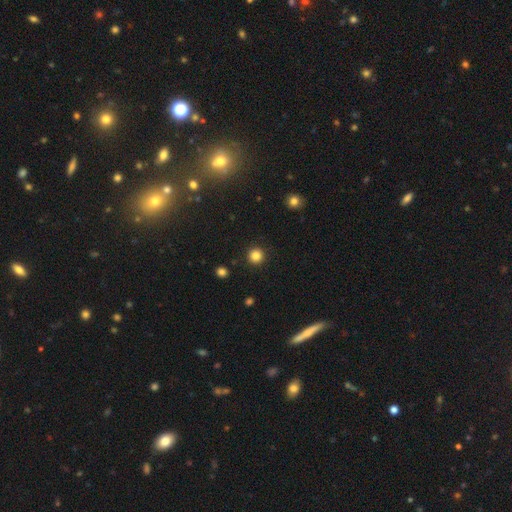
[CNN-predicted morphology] A smooth galaxy with no disk features (84%) that is round (95%). Merging: none (92%).